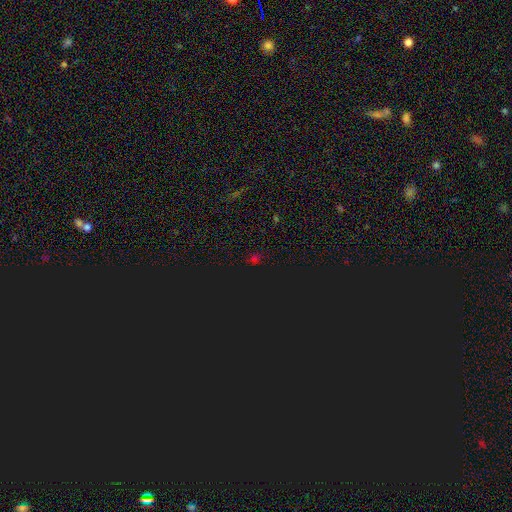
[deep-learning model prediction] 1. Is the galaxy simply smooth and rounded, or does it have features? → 60% star or artifact, 33% smooth, 6% featured or disk.